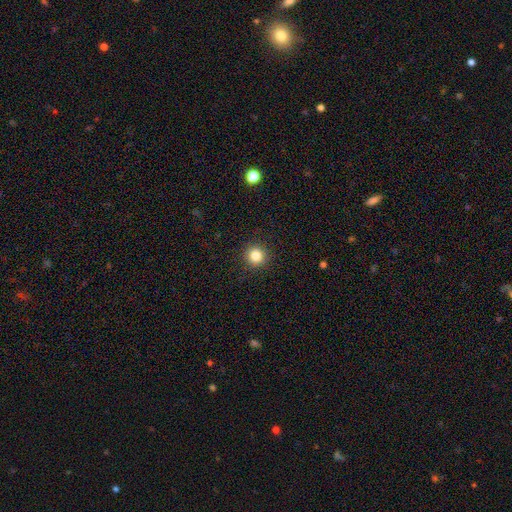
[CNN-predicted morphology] A smooth galaxy with no disk features (84%) that is round (94%). Merging: none (92%).